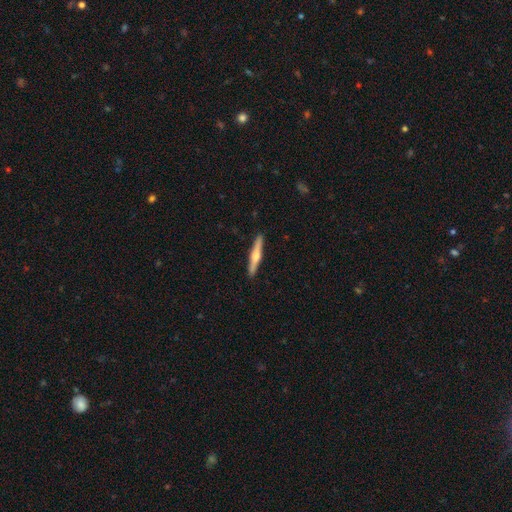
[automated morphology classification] type=featured or disk (55%); edge-on=yes (97%); edge-on bulge=rounded (87%); merging=none (91%).